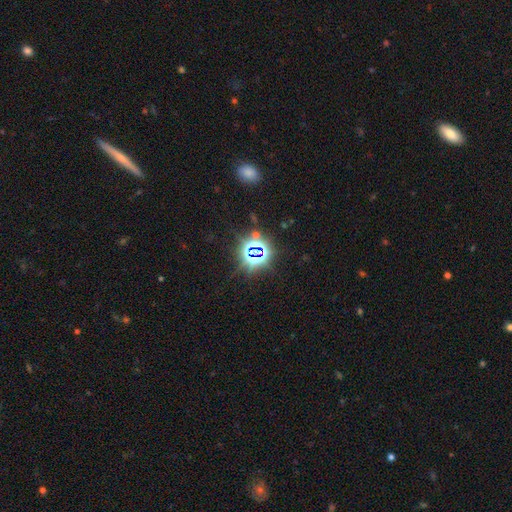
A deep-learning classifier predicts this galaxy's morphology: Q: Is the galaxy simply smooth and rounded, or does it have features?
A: star or artifact — 78%.